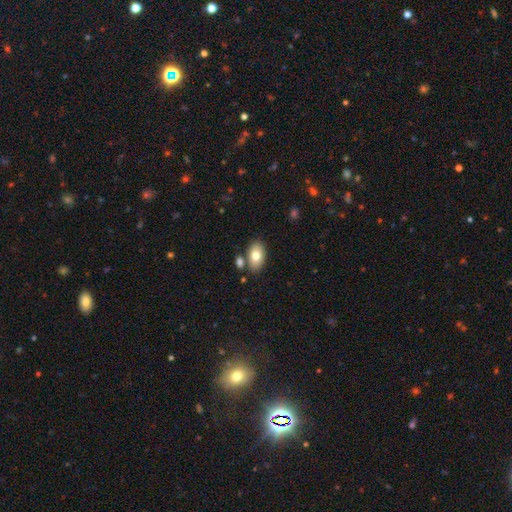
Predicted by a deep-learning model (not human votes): The model was most divided on "smooth or featured": smooth: 77%, featured or disk: 16%, star or artifact: 7%. More confident: how rounded — in between (92%); merging — none (75%).